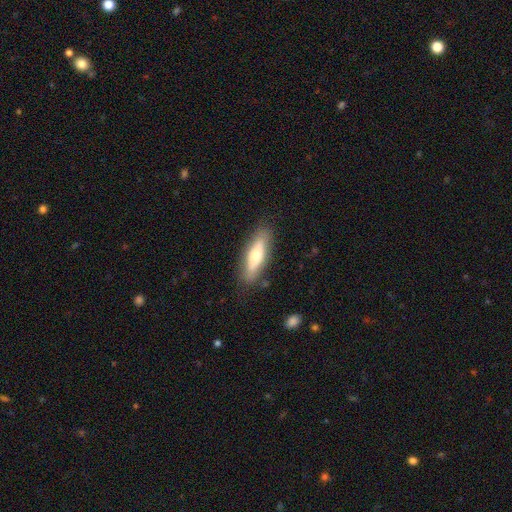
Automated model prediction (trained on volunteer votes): This is possibly a smooth galaxy (59%). How rounded: possibly in between (51%). Merging: clearly none (82%).